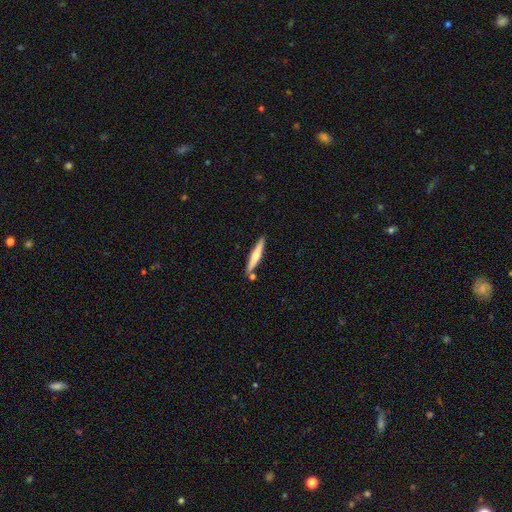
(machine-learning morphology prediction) The model was most divided on "smooth or featured": smooth: 49%, featured or disk: 46%, star or artifact: 5%. More confident: merging — none (83%).